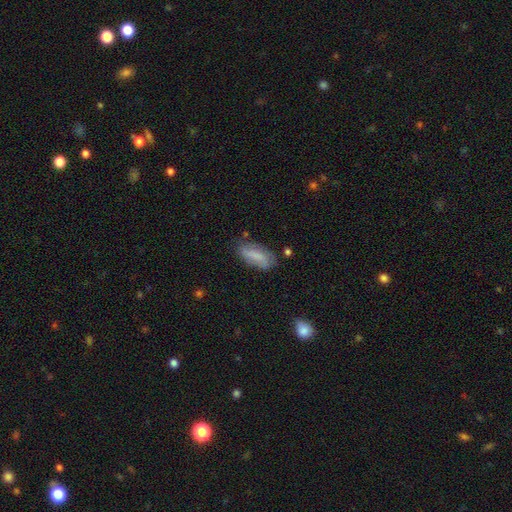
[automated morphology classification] The model was most divided on "merging": none: 65%, minor disturbance: 25%, major disturbance: 7%, merger: 3%. More confident: how rounded — in between (78%); smooth or featured — smooth (70%).